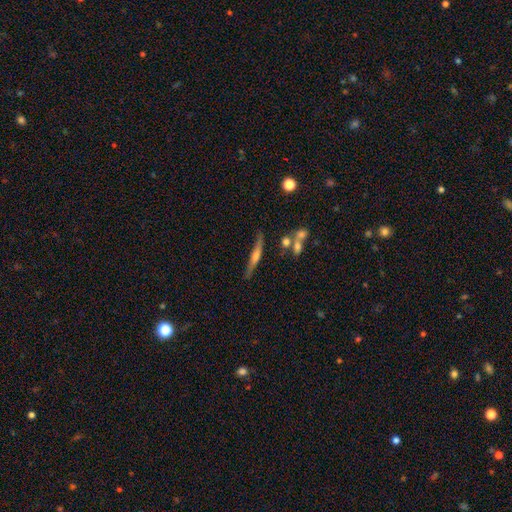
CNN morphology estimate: type=featured or disk (62%); edge-on=yes (93%); edge-on bulge=rounded (73%); merging=none (73%).